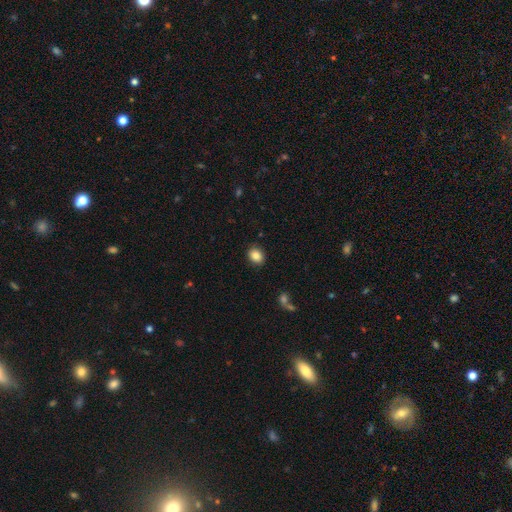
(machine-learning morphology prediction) Overall: smooth (86%). How rounded: in between (50%; round 49%). Merging: none (88%).